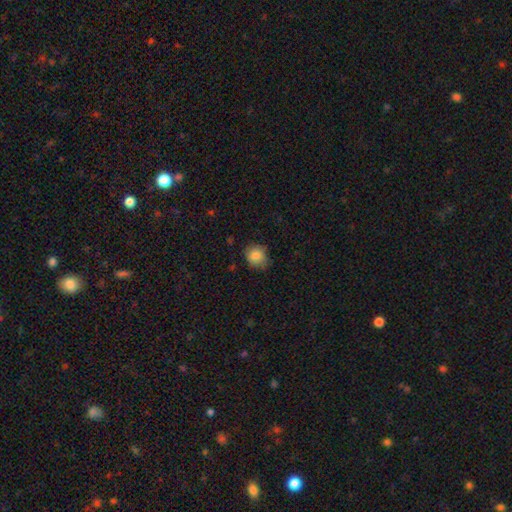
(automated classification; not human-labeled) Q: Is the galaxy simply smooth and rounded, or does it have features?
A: smooth — 85%.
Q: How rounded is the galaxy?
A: round — 76%.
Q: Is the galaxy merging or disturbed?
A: none — 75%.